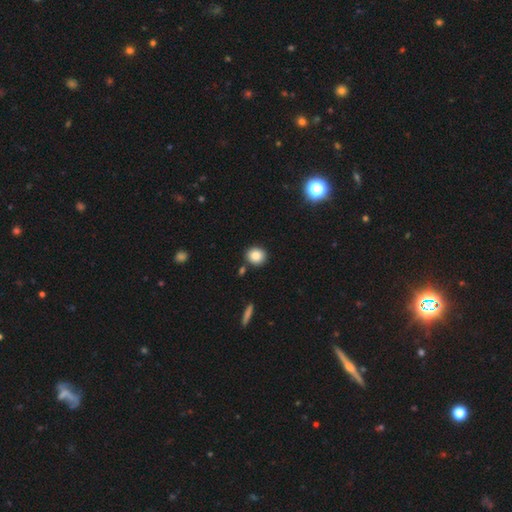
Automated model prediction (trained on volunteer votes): smooth_or_featured: smooth (p=0.85) [alt: star or artifact p=0.09]
how_rounded: round (p=0.79) [alt: in between p=0.20]
merging: none (p=0.85) [alt: minor disturbance p=0.07]